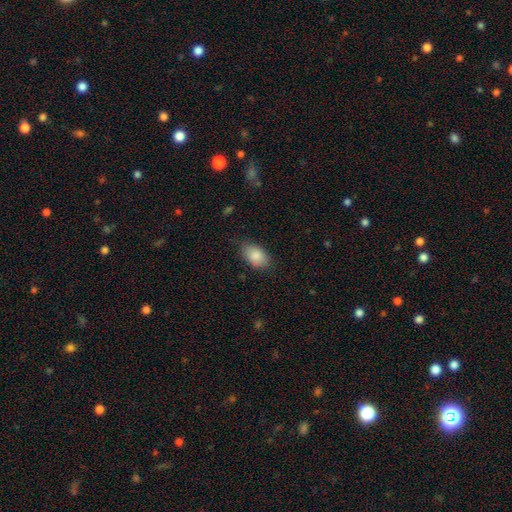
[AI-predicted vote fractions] A smooth galaxy with no disk features (87%) that is in between round and cigar-shaped (91%).

Vote fractions:
- Smooth or featured? smooth: 87% / star or artifact: 7% / featured or disk: 6%
- How rounded? in between: 91% / round: 7% / cigar-shaped: 2%
- Merging? none: 79% / minor disturbance: 16% / major disturbance: 4% / merger: 1%